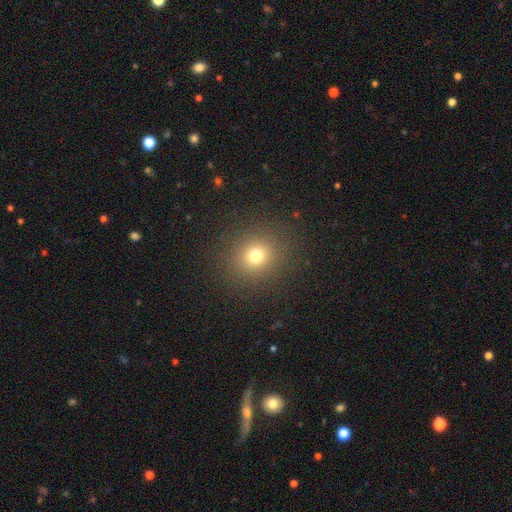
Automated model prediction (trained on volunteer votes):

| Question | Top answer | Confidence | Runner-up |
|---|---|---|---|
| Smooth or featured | smooth | 73% | star or artifact (19%) |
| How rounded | round | 86% | in between (13%) |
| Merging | none | 89% | minor disturbance (6%) |